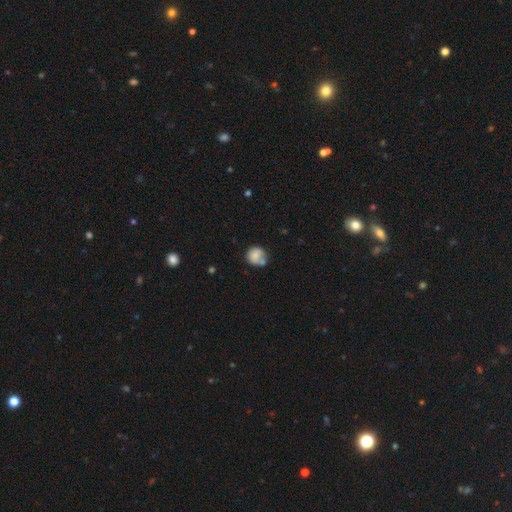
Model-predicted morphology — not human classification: This appears to be a smooth galaxy with no disk features (73%) that is round (84%). Merging: none (50%).